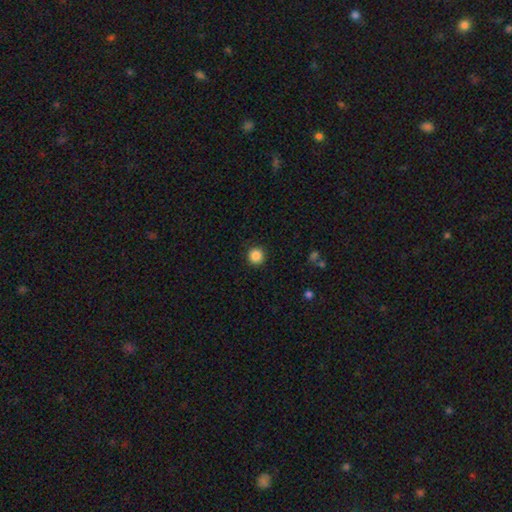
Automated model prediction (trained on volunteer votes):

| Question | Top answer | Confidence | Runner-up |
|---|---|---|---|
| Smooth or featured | smooth | 86% | star or artifact (10%) |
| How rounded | round | 95% | in between (4%) |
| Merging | none | 92% | minor disturbance (5%) |